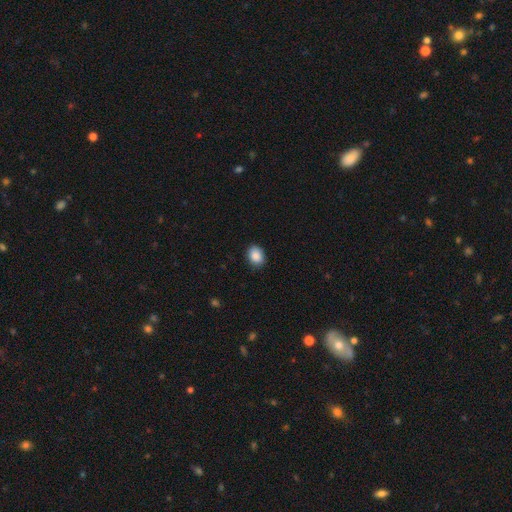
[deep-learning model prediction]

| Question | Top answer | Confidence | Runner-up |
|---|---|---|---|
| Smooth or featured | smooth | 88% | star or artifact (8%) |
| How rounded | in between | 62% | round (37%) |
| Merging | none | 86% | minor disturbance (11%) |